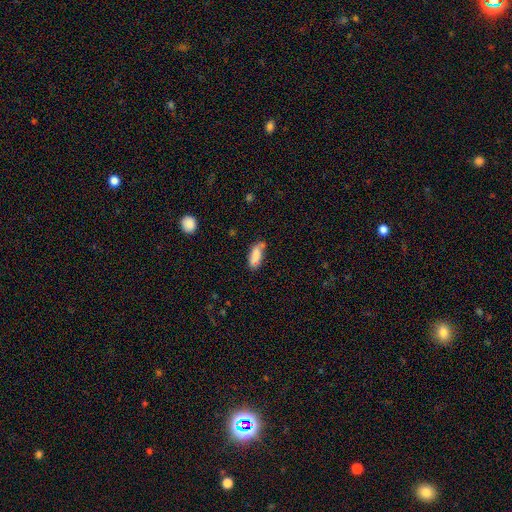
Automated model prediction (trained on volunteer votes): This appears to be a smooth galaxy with no disk features (77%) that is in between round and cigar-shaped (76%). Merging: none (51%).